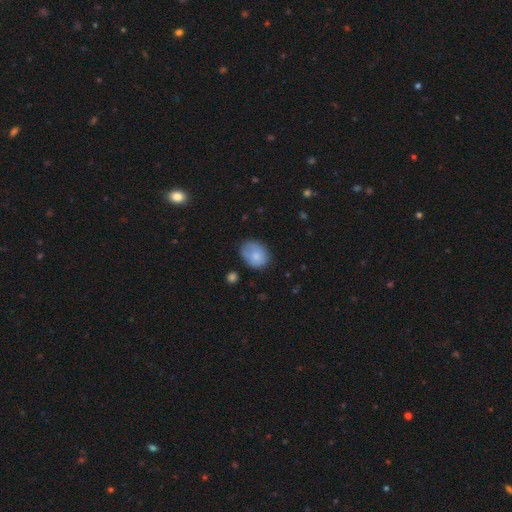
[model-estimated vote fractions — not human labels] Q: Smooth or featured?
A: smooth (80%); runner-up: featured or disk (12%)
Q: How rounded?
A: in between (52%); runner-up: round (47%)
Q: Merging?
A: none (57%); runner-up: minor disturbance (30%)